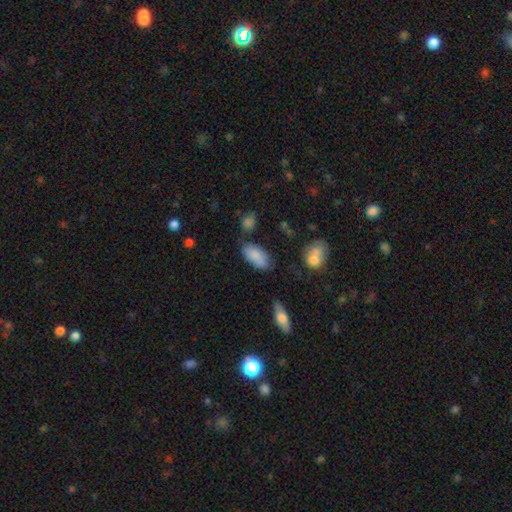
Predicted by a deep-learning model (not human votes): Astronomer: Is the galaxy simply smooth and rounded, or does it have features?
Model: smooth — 83%.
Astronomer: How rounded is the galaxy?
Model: in between — 93%.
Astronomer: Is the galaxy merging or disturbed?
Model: none — 69%.